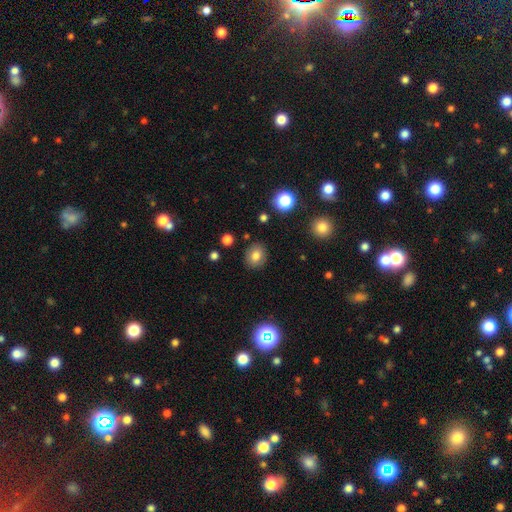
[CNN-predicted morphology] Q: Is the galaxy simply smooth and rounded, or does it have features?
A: smooth — 79%.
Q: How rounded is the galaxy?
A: round — 66%.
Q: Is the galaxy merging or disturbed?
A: none — 87%.